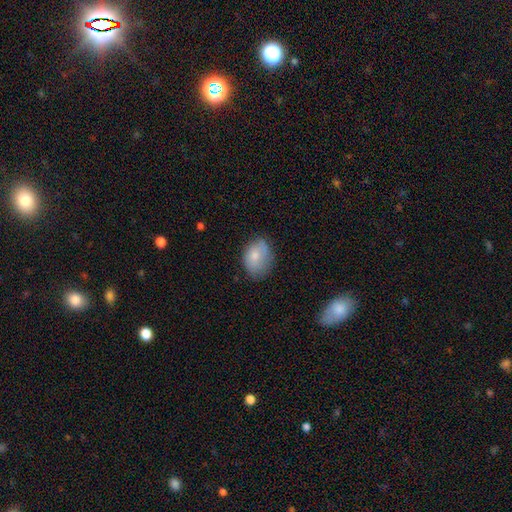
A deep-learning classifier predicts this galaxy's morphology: Q: Smooth or featured?
A: smooth (74%); runner-up: featured or disk (19%)
Q: How rounded?
A: in between (69%); runner-up: round (31%)
Q: Merging?
A: none (60%); runner-up: minor disturbance (31%)